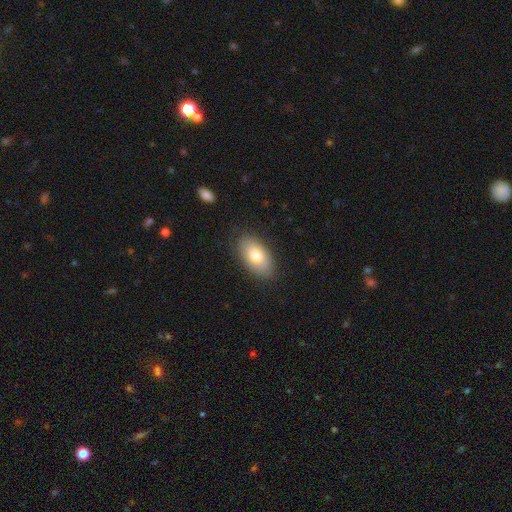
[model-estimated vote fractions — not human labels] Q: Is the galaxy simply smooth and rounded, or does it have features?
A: smooth — 77%.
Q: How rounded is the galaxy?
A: in between — 94%.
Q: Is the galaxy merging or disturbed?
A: none — 84%.